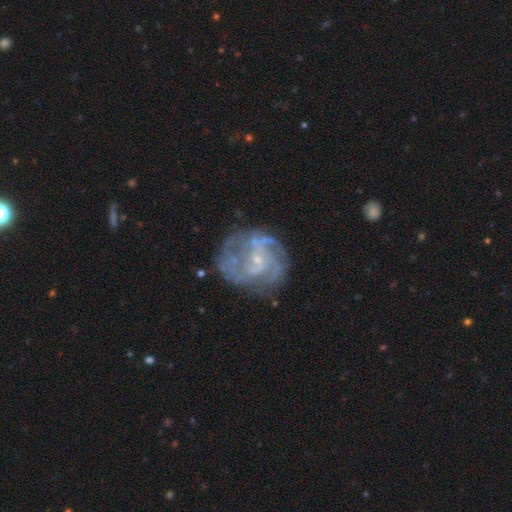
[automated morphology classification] Smooth or featured?
  - featured or disk: 78% *
  - smooth: 12%
  - star or artifact: 10%
Edge-on disk?
  - no: 98% *
  - yes: 2%
Bar?
  - no: 47% *
  - weak: 42%
  - strong: 10%
Spiral arms?
  - yes: 86% *
  - no: 14%
Spiral winding?
  - medium: 42% * (tied)
  - tight: 42% * (tied)
  - loose: 16%
Spiral arm count?
  - can't tell: 33% *
  - 2: 25%
  - 3: 20%
  - 4: 10%
  - 1: 6%
  - more than 4: 6%
Bulge size?
  - small: 71% *
  - moderate: 18%
  - none: 9%
  - large: 1%
  - dominant: 1%
Merging?
  - none: 72% *
  - minor disturbance: 16%
  - major disturbance: 9%
  - merger: 2%